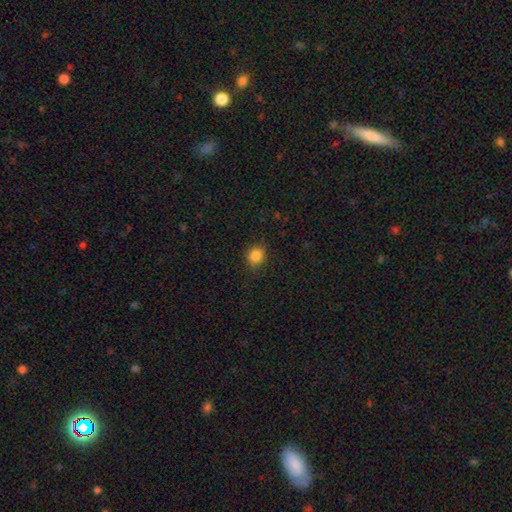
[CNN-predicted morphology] Smooth or featured? Predicted: smooth (p=0.85). How rounded? Predicted: round (p=0.72). Merging? Predicted: none (p=0.86).